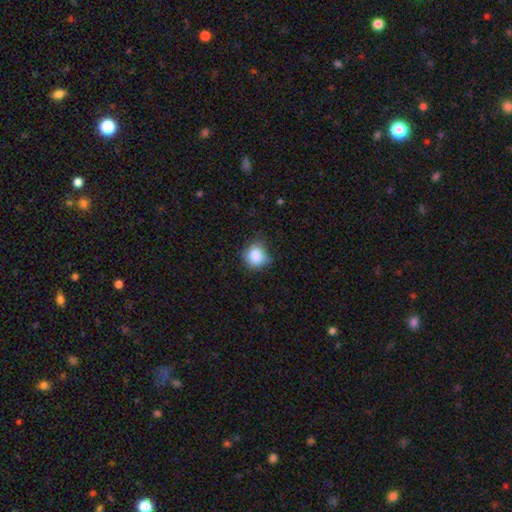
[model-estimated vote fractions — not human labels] Q: Smooth or featured?
A: smooth (84%); runner-up: star or artifact (10%)
Q: How rounded?
A: round (81%); runner-up: in between (18%)
Q: Merging?
A: none (66%); runner-up: minor disturbance (27%)